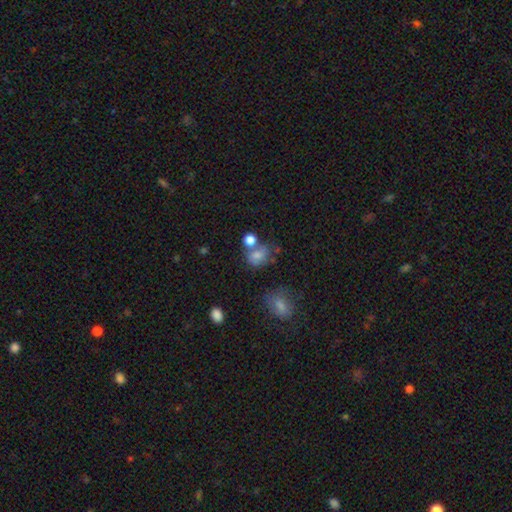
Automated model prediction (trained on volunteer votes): smooth 73%, star or artifact 14%, featured or disk 13%. Down the decision tree: how rounded — in between (52%); merging — none (42%).